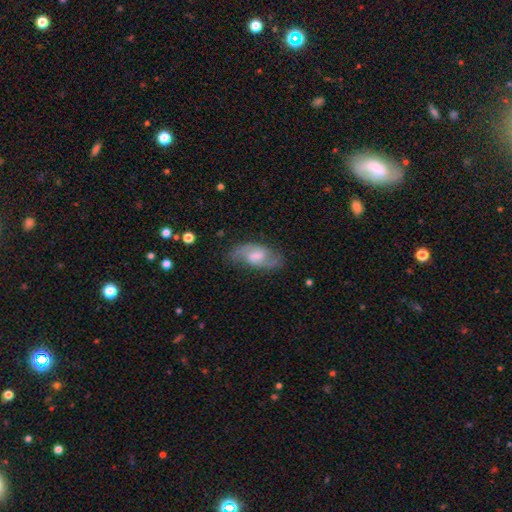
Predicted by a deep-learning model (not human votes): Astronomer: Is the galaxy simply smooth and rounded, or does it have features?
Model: featured or disk — 72%.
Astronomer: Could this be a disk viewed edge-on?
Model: no — 94%.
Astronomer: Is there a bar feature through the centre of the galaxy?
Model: weak — 55% (runner-up: no, 31%).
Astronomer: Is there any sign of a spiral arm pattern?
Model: yes — 91%.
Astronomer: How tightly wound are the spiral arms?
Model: medium — 49% (runner-up: loose, 34%).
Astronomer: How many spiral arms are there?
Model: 2 — 87%.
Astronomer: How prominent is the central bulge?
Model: moderate — 41% (runner-up: small, 24%).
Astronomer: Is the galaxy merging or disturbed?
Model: none — 78%.